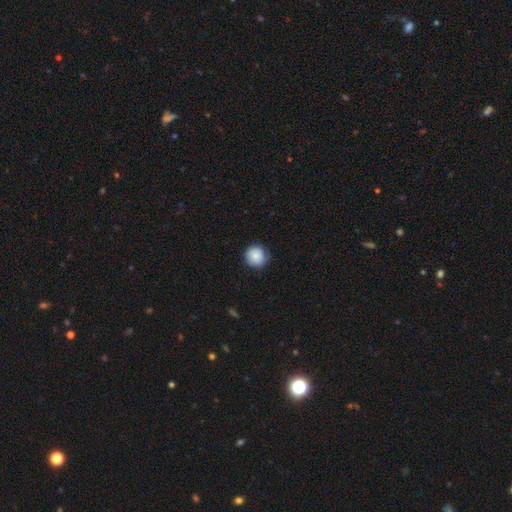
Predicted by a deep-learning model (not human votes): Overall: smooth (84%). How rounded: round (94%). Merging: none (82%).